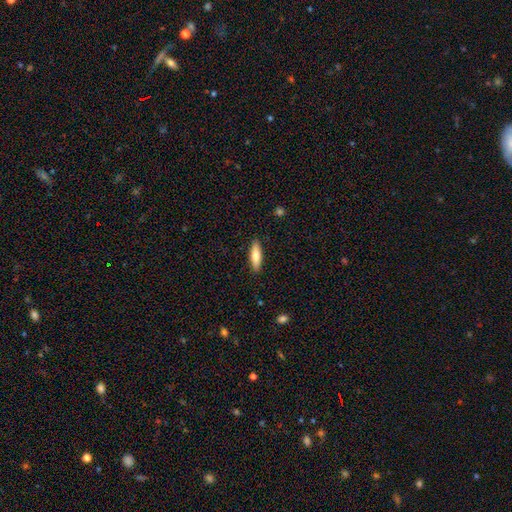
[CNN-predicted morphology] The model was most divided on "how rounded": cigar-shaped: 62%, in between: 36%, round: 2%. More confident: merging — none (90%); smooth or featured — smooth (74%).